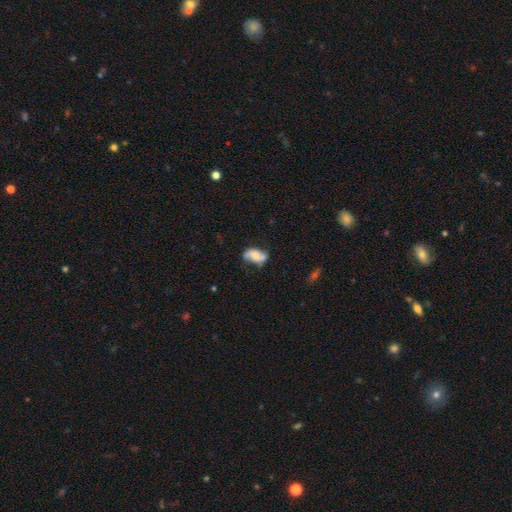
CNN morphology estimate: Q: Smooth or featured?
A: featured or disk (54%); runner-up: smooth (38%)
Q: Edge-on disk?
A: no (94%); runner-up: yes (6%)
Q: Bar?
A: no (65%); runner-up: weak (25%)
Q: Spiral arms?
A: yes (83%); runner-up: no (17%)
Q: Bulge size?
A: moderate (55%); runner-up: small (31%)
Q: Merging?
A: none (67%); runner-up: minor disturbance (23%)